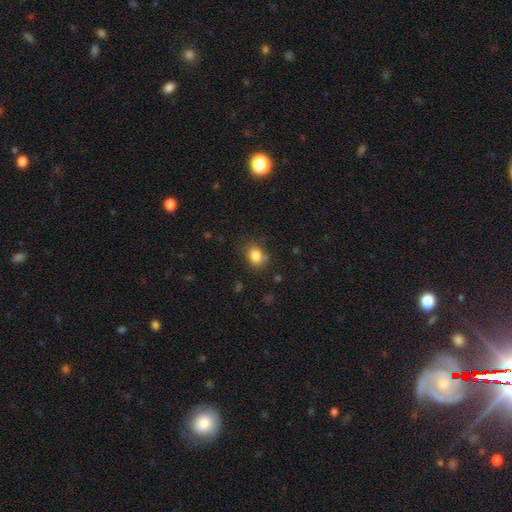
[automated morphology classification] This appears to be a smooth galaxy with no disk features (83%) that is round (50%). Merging: none (72%).